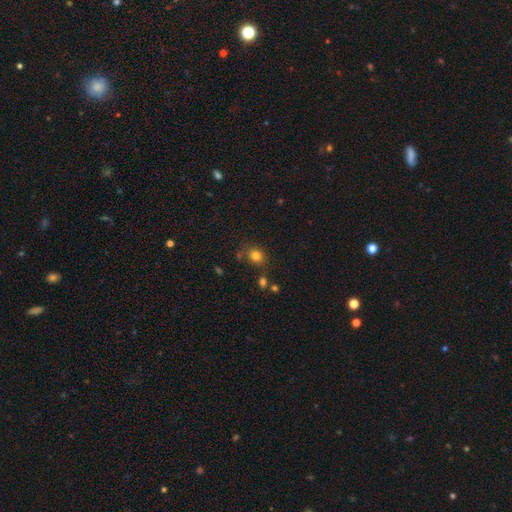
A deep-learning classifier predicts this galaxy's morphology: smooth 79%, star or artifact 14%, featured or disk 7%. Down the decision tree: how rounded — round (68%); merging — none (73%).